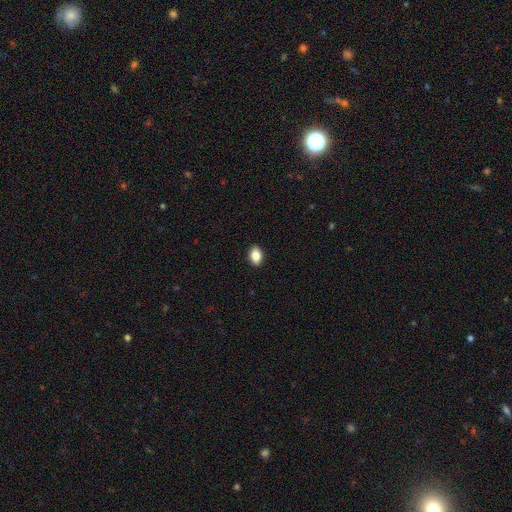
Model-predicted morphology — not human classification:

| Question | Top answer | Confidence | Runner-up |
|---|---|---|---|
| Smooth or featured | smooth | 85% | star or artifact (8%) |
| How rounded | in between | 86% | round (12%) |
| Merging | none | 90% | minor disturbance (8%) |